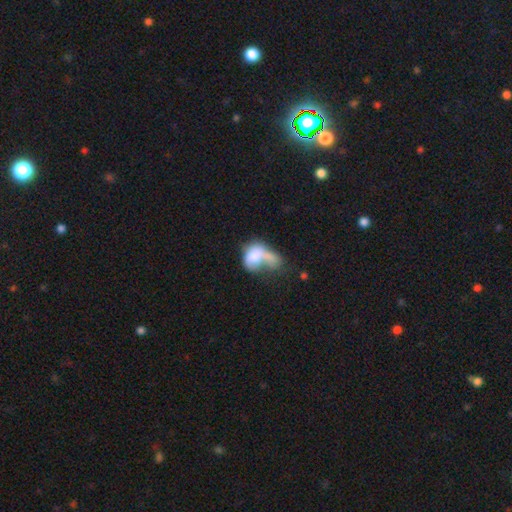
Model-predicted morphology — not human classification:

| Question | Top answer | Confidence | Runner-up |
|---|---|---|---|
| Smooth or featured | smooth | 68% | featured or disk (25%) |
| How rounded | in between | 73% | round (25%) |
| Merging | merger | 55% | major disturbance (24%) |